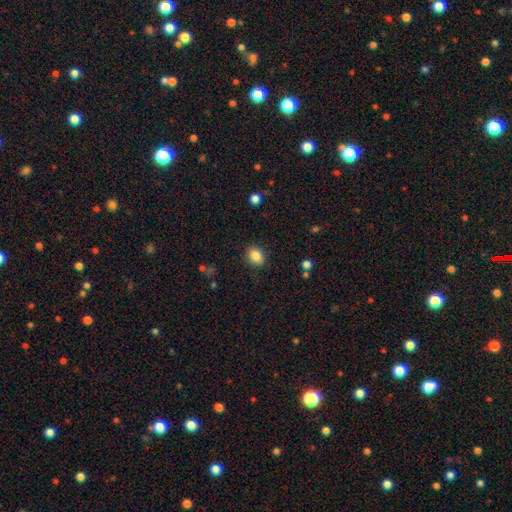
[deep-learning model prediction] Overall: smooth (85%). How rounded: in between (55%; round 44%). Merging: none (87%).